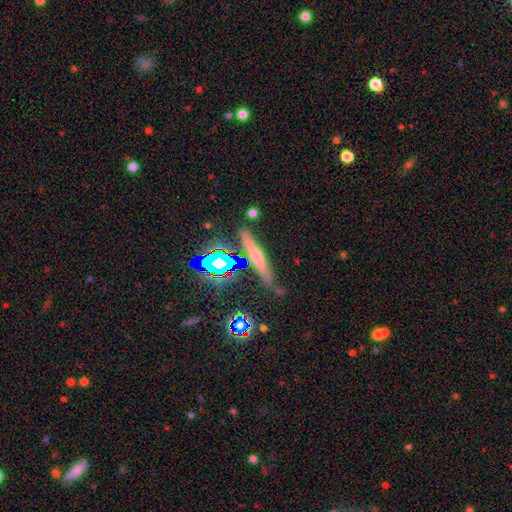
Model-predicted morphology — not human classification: smooth-or-featured: featured or disk: 39% | smooth: 38% | star or artifact: 23%
  merging: none: 81% | minor disturbance: 11% | merger: 5% | major disturbance: 3%